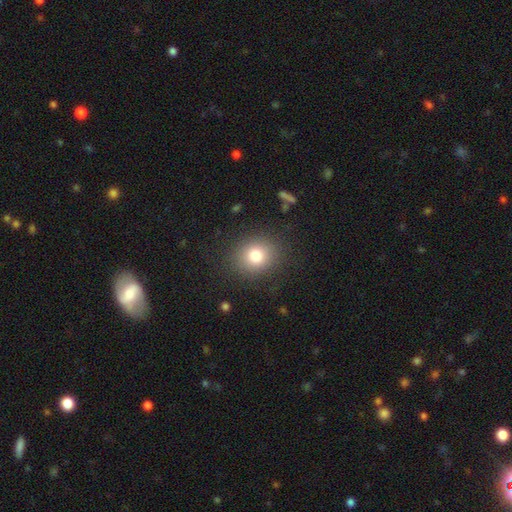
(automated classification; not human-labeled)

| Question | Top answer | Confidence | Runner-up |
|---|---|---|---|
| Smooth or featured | smooth | 78% | star or artifact (13%) |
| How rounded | round | 76% | in between (23%) |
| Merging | none | 86% | minor disturbance (9%) |